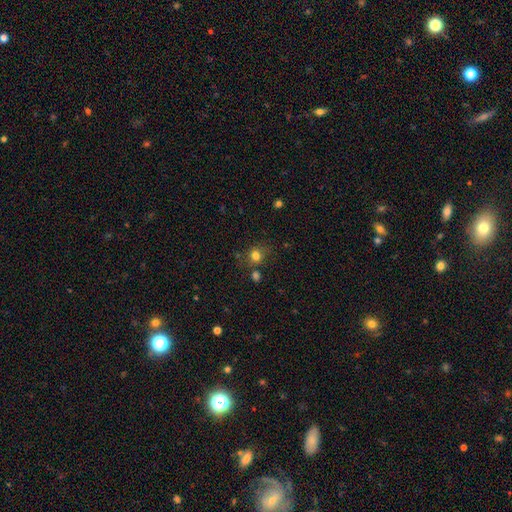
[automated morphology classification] A smooth galaxy with no disk features (76%) that is round (74%).

Vote fractions:
- Smooth or featured? smooth: 76% / star or artifact: 15% / featured or disk: 9%
- How rounded? round: 74% / in between: 25% / cigar-shaped: 1%
- Merging? none: 67% / minor disturbance: 16% / merger: 10% / major disturbance: 6%